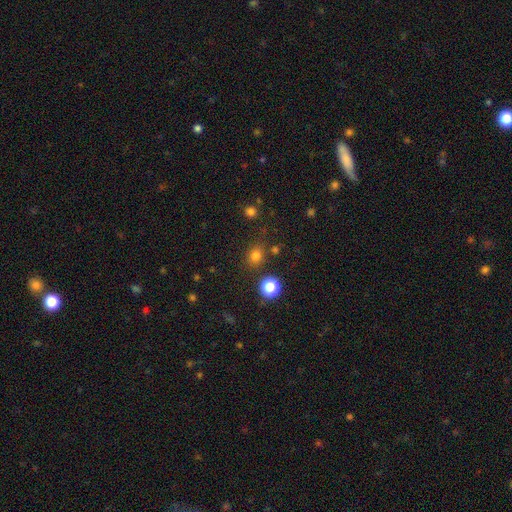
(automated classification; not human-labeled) Overall: smooth (77%). How rounded: round (71%). Merging: none (79%).